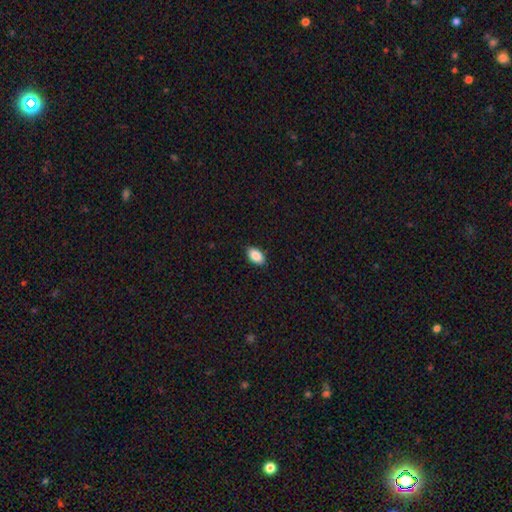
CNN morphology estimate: Overall: smooth (88%). How rounded: in between (93%). Merging: none (88%).